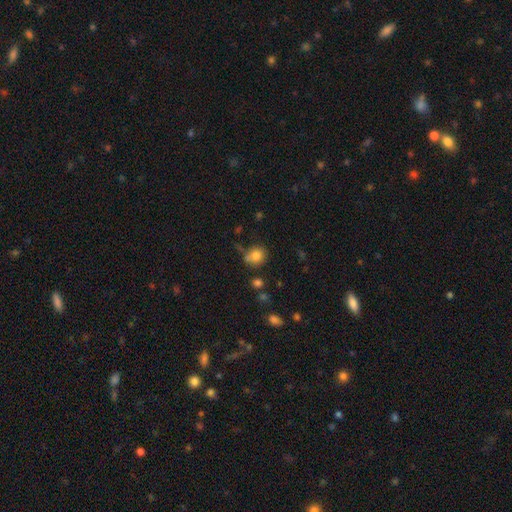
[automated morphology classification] smooth_or_featured: smooth (p=0.80) [alt: star or artifact p=0.11]
how_rounded: round (p=0.76) [alt: in between p=0.23]
merging: none (p=0.62) [alt: minor disturbance p=0.19]